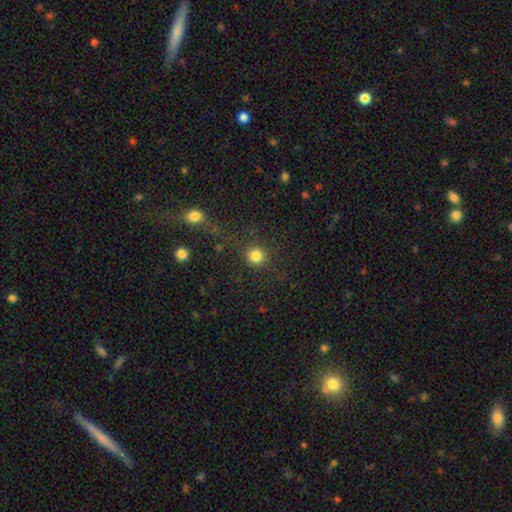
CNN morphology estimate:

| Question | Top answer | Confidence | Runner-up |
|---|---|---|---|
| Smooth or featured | smooth | 83% | star or artifact (12%) |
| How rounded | round | 93% | in between (6%) |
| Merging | none | 83% | minor disturbance (7%) |